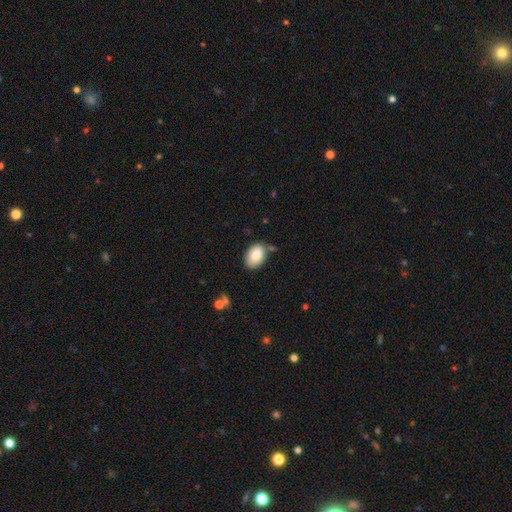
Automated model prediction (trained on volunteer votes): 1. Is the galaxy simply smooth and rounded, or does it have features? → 86% smooth, 7% featured or disk, 7% star or artifact.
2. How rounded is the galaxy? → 89% in between, 10% round, 1% cigar-shaped.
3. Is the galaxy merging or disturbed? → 69% none, 21% minor disturbance, 6% merger, 4% major disturbance.